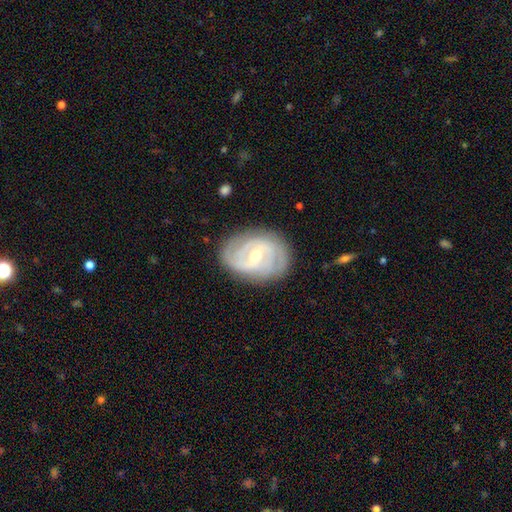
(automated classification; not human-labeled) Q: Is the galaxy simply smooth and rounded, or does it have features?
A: featured or disk — 84%.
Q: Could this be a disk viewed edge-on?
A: no — 96%.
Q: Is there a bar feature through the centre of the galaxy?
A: weak — 52%.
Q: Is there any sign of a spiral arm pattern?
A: yes — 92%.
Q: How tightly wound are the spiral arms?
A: tight — 57%.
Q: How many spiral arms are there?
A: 2 — 49%.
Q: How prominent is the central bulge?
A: moderate — 60%.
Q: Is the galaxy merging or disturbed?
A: none — 80%.